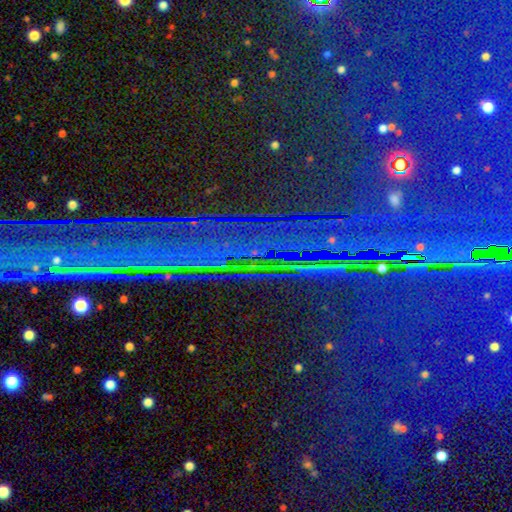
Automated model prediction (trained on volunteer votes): smooth_or_featured: star or artifact (p=0.86) [alt: featured or disk p=0.07]